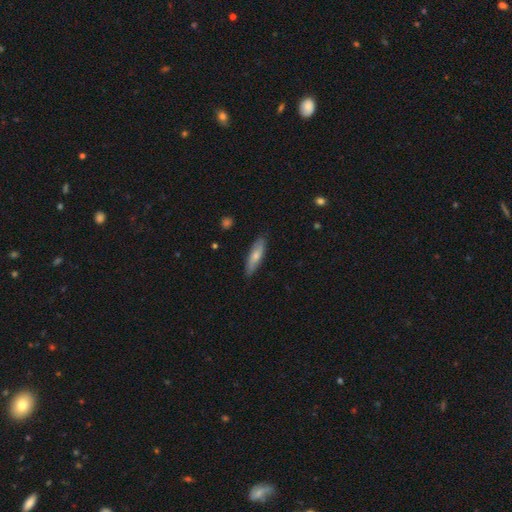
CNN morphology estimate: Q: Smooth or featured?
A: smooth (67%); runner-up: featured or disk (28%)
Q: How rounded?
A: cigar-shaped (63%); runner-up: in between (35%)
Q: Merging?
A: none (84%); runner-up: minor disturbance (13%)